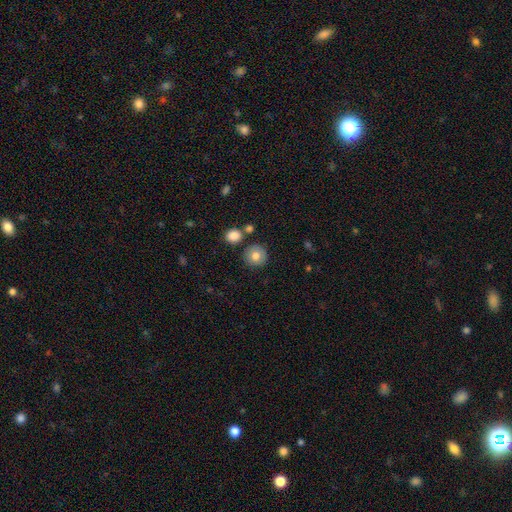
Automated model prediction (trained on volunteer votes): smooth-or-featured: smooth: 79% | featured or disk: 12% | star or artifact: 9%
  how-rounded: round: 92% | in between: 7% | cigar-shaped: 1%
  merging: none: 83% | minor disturbance: 9% | merger: 6% | major disturbance: 3%